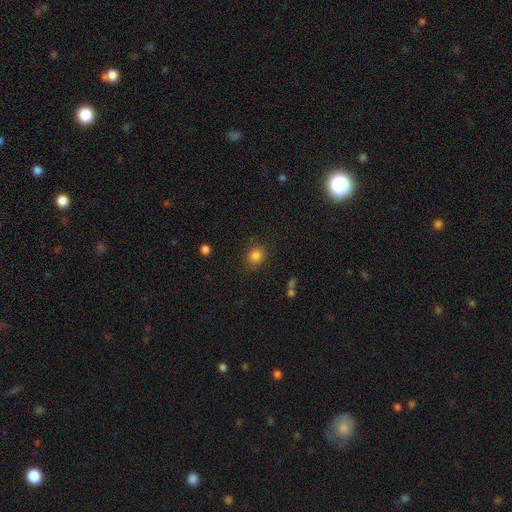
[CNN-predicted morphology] This appears to be a smooth galaxy with no disk features (83%) that is round (73%). Merging: none (85%).